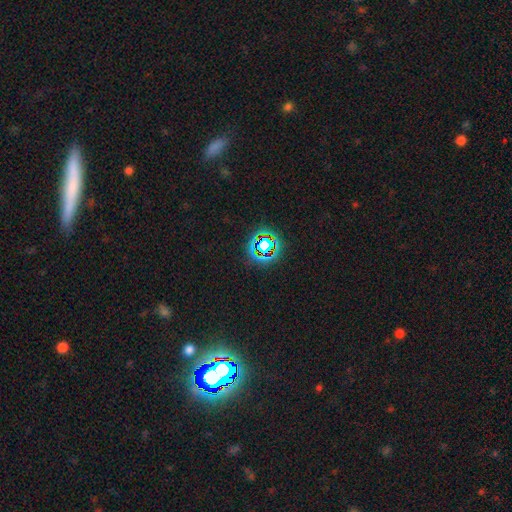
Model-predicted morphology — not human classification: Q: Smooth or featured?
A: star or artifact (71%); runner-up: smooth (17%)